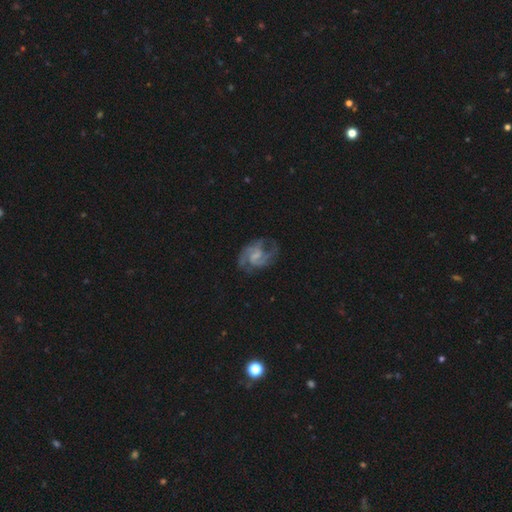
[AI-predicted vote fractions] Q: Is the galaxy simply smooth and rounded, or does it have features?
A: featured or disk — 82%.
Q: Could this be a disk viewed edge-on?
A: no — 98%.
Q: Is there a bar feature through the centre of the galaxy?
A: weak — 53%.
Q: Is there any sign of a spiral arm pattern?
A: yes — 94%.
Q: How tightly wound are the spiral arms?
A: medium — 54%.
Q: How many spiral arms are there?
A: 2 — 67%.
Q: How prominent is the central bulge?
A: none — 41%.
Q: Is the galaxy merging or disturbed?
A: none — 62%.